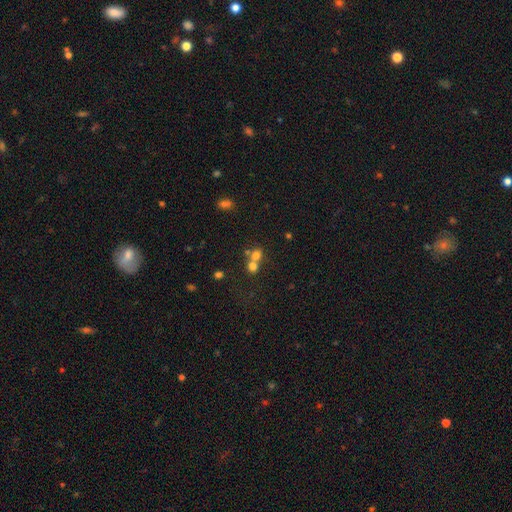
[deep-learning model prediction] This is likely a smooth galaxy (70%). How rounded: likely round (77%). Merging: possibly merger (60%).